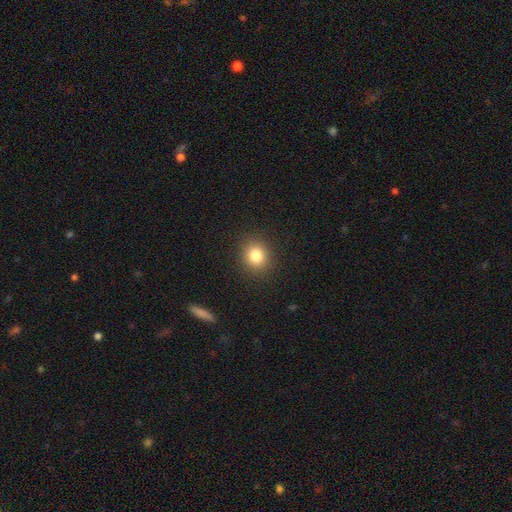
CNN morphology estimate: smooth_or_featured: smooth (p=0.82) [alt: star or artifact p=0.11]
how_rounded: round (p=0.82) [alt: in between p=0.17]
merging: none (p=0.90) [alt: minor disturbance p=0.07]